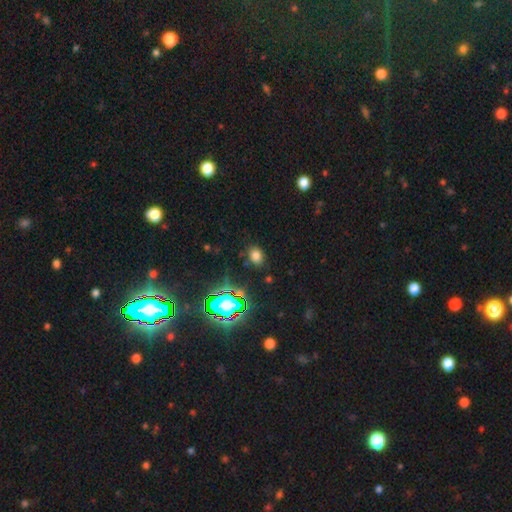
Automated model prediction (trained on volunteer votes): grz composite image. It shows a smooth galaxy with no disk features (68%) that is in between round and cigar-shaped (62%). Merging: none (83%).